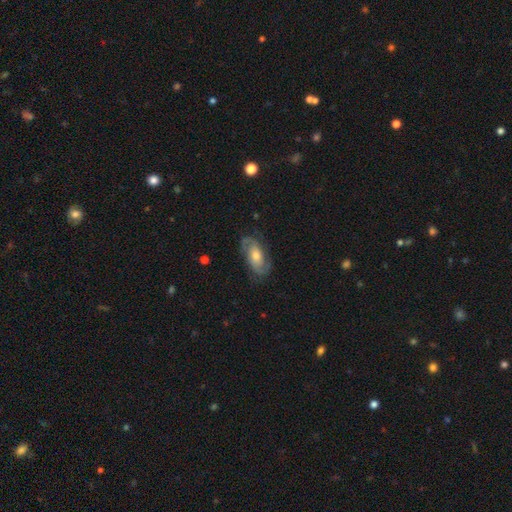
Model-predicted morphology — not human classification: A featured or disk galaxy (78%) with no bar (63%), 2 (81%) medium (45%) spiral arms (93%) and a moderate central bulge (62%).

Vote fractions:
- Smooth or featured? featured or disk: 78% / smooth: 16% / star or artifact: 7%
- Edge-on disk? no: 95% / yes: 5%
- Bar? no: 63% / weak: 29% / strong: 8%
- Spiral arms? yes: 93% / no: 7%
- Spiral winding? medium: 45% / tight: 38% / loose: 17%
- Spiral arm count? 2: 81% / can't tell: 10% / 3: 4% / 1: 2% / 4: 2% / more than 4: 1%
- Bulge size? moderate: 62% / small: 23% / large: 11% / none: 2% / dominant: 1%
- Merging? none: 77% / minor disturbance: 15% / major disturbance: 6% / merger: 1%